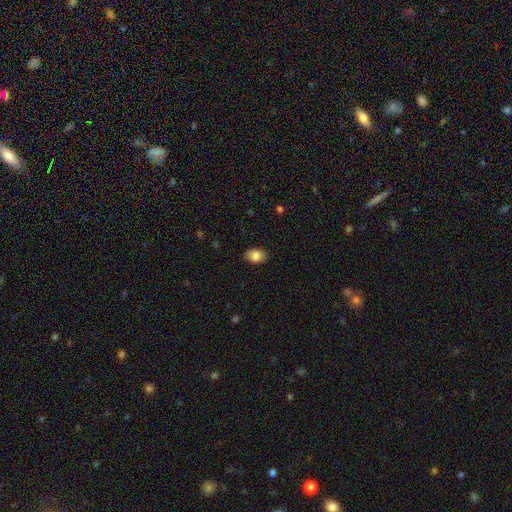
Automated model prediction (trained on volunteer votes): Overall: smooth (82%). How rounded: in between (79%). Merging: none (88%).